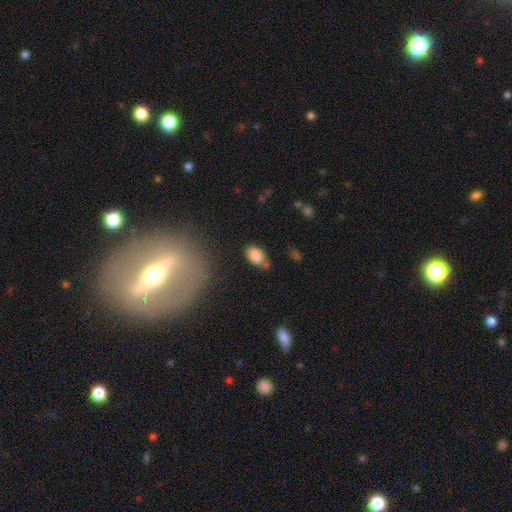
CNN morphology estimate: Smooth or featured? Predicted: smooth (p=0.86). How rounded? Predicted: in between (p=0.90). Merging? Predicted: none (p=0.67).